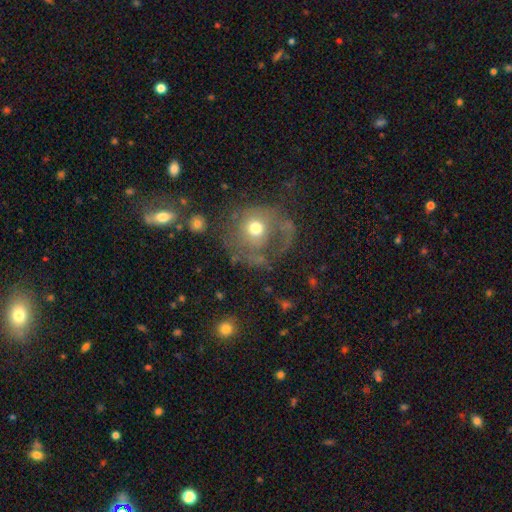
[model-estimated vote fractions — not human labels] A featured or disk galaxy (44%). Merging: none (48%).